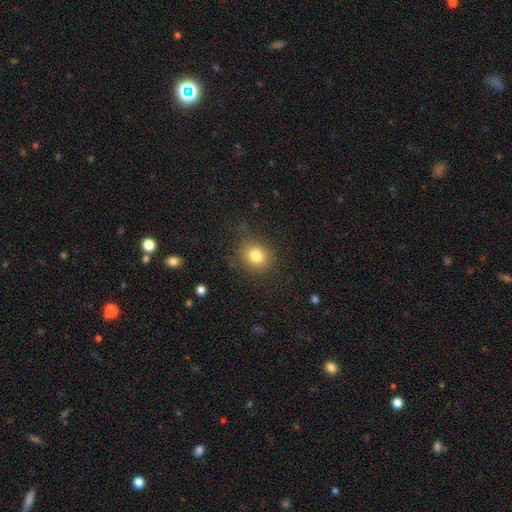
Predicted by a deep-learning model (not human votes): smooth_or_featured: smooth (p=0.80) [alt: star or artifact p=0.12]
how_rounded: round (p=0.75) [alt: in between p=0.24]
merging: none (p=0.81) [alt: minor disturbance p=0.12]